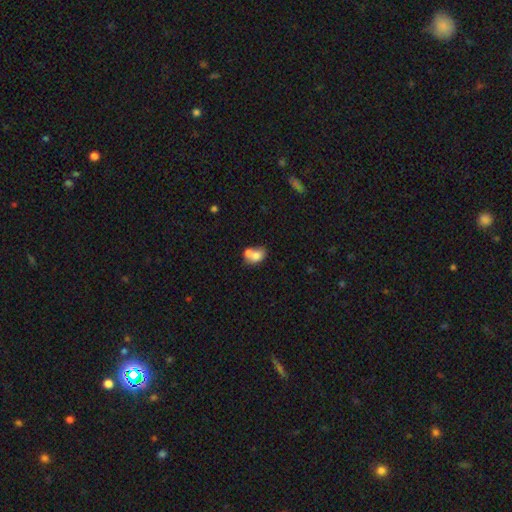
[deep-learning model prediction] A smooth galaxy with no disk features (72%) that is in between round and cigar-shaped (66%). Merging: merger (56%).